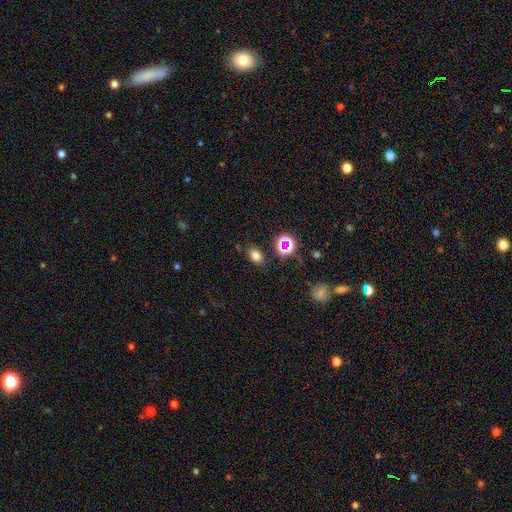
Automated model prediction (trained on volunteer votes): Smooth or featured?
  - smooth: 73% *
  - star or artifact: 19%
  - featured or disk: 8%
How rounded?
  - in between: 75% *
  - round: 23%
  - cigar-shaped: 1%
Merging?
  - none: 81% *
  - minor disturbance: 12%
  - major disturbance: 4%
  - merger: 4%